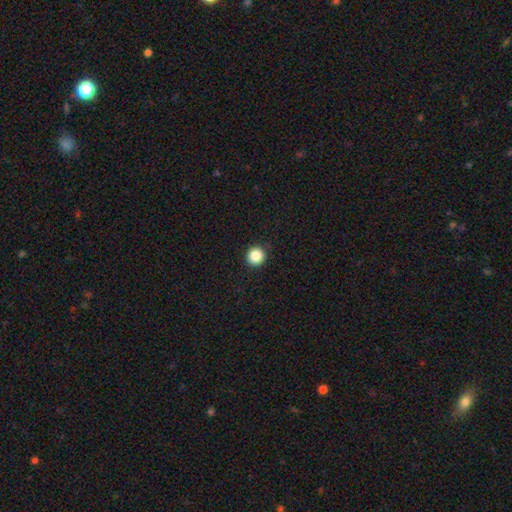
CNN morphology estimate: Smooth or featured?
  - smooth: 87% *
  - star or artifact: 10%
  - featured or disk: 3%
How rounded?
  - round: 95% *
  - in between: 4%
  - cigar-shaped: 1%
Merging?
  - none: 92% *
  - minor disturbance: 5%
  - major disturbance: 2%
  - merger: 1%